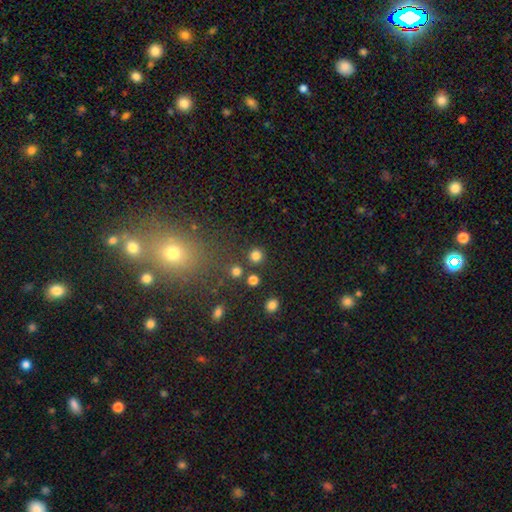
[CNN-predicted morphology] Overall: smooth (80%). How rounded: round (94%). Merging: none (87%).